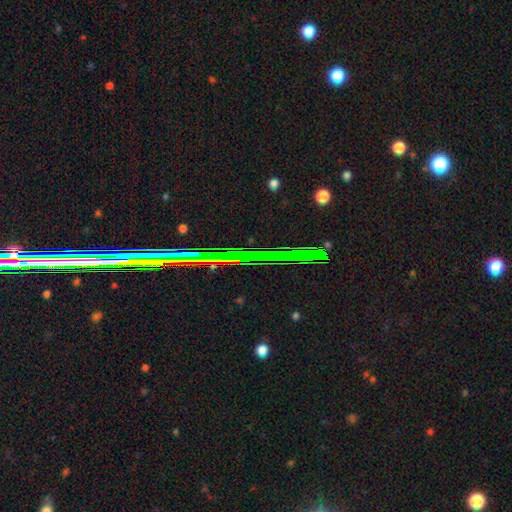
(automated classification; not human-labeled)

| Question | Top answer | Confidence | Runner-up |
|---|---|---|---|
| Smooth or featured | star or artifact | 73% | featured or disk (16%) |